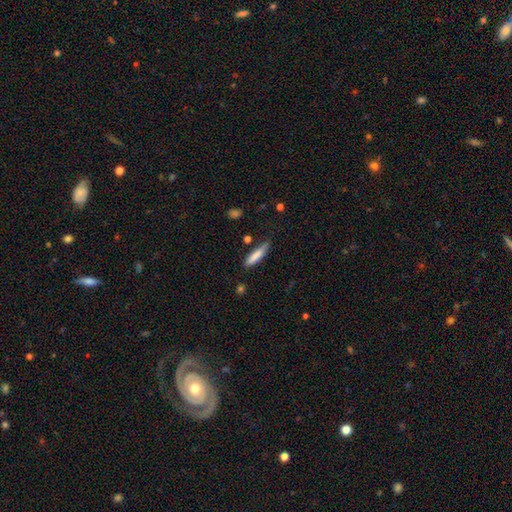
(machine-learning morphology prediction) smooth-or-featured: smooth: 80% | featured or disk: 14% | star or artifact: 6%
  how-rounded: cigar-shaped: 81% | in between: 18% | round: 1%
  merging: none: 73% | minor disturbance: 20% | major disturbance: 4% | merger: 3%